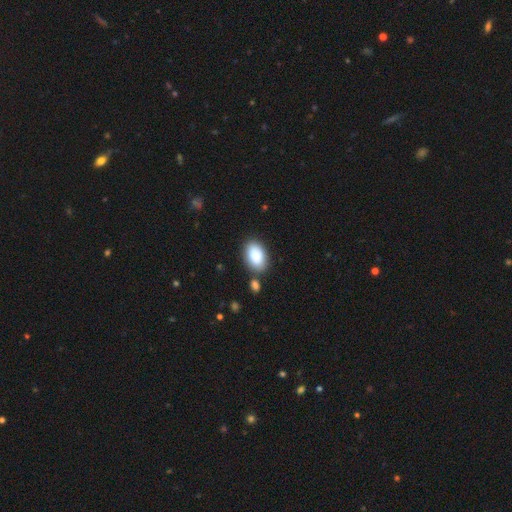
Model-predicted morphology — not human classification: Smooth or featured? smooth (89%)
How rounded? in between (92%)
Merging? none (74%)